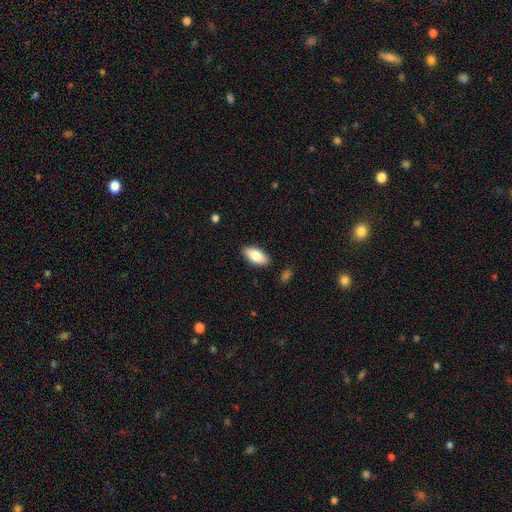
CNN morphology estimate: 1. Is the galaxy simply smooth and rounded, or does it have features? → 82% smooth, 11% featured or disk, 6% star or artifact.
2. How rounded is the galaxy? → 92% in between, 5% cigar-shaped, 3% round.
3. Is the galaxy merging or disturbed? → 87% none, 9% minor disturbance, 2% major disturbance, 1% merger.